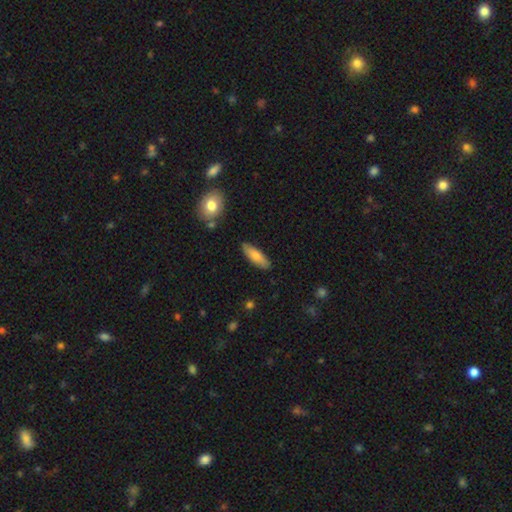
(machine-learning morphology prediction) smooth_or_featured: smooth (p=0.77) [alt: featured or disk p=0.18]
how_rounded: cigar-shaped (p=0.51) [alt: in between p=0.47]
merging: none (p=0.85) [alt: minor disturbance p=0.11]